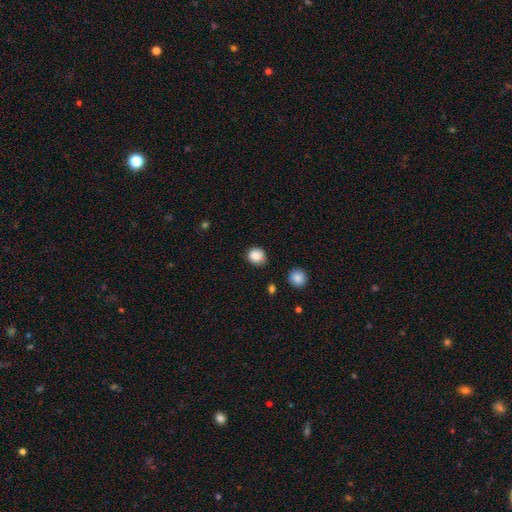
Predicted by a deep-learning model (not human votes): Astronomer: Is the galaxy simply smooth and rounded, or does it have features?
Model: smooth — 87%.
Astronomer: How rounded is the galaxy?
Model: round — 83%.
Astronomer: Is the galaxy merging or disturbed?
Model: none — 81%.